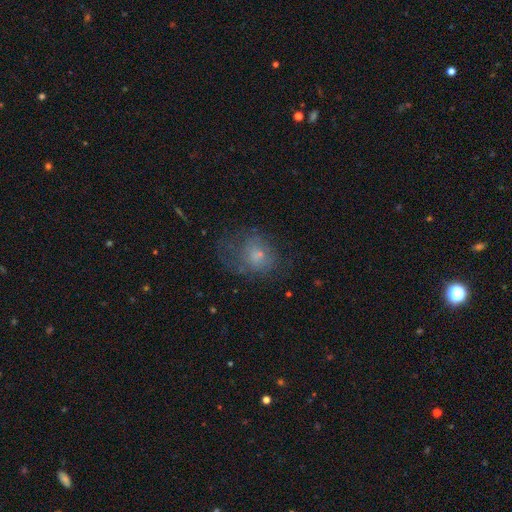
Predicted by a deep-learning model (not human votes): The model was most divided on "how rounded": round: 51%, in between: 48%, cigar-shaped: 1%. Remaining: smooth or featured — smooth (54%); merging — none (43%).